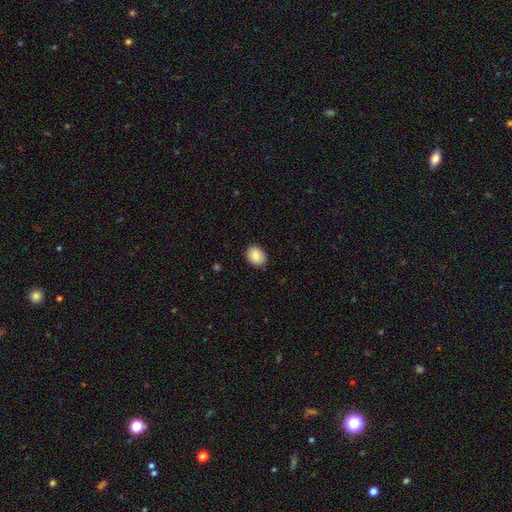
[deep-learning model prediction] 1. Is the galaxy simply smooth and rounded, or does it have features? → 88% smooth, 8% star or artifact, 5% featured or disk.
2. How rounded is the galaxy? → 51% round, 48% in between, 1% cigar-shaped.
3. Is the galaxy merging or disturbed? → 87% none, 10% minor disturbance, 2% major disturbance, 1% merger.